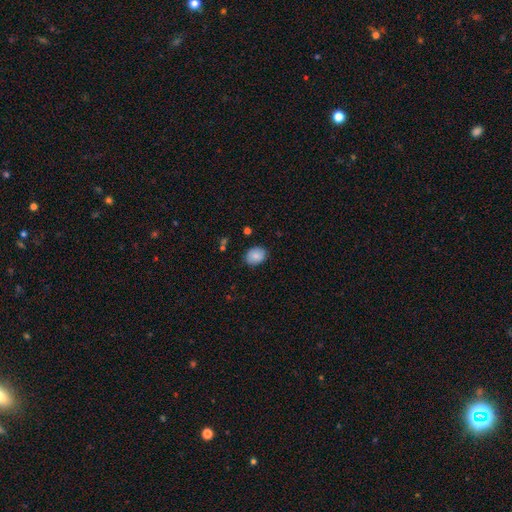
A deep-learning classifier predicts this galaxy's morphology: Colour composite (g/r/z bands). It shows a smooth galaxy with no disk features (86%) that is in between round and cigar-shaped (53%). Merging: none (83%).